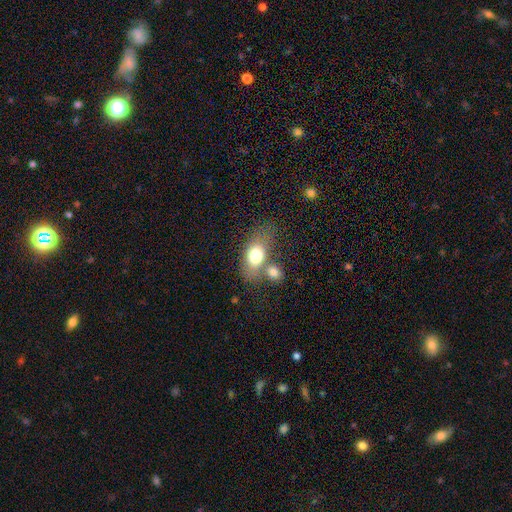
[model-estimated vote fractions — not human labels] This appears to be a smooth galaxy with no disk features (74%) that is in between round and cigar-shaped (82%). Merging: none (42%).